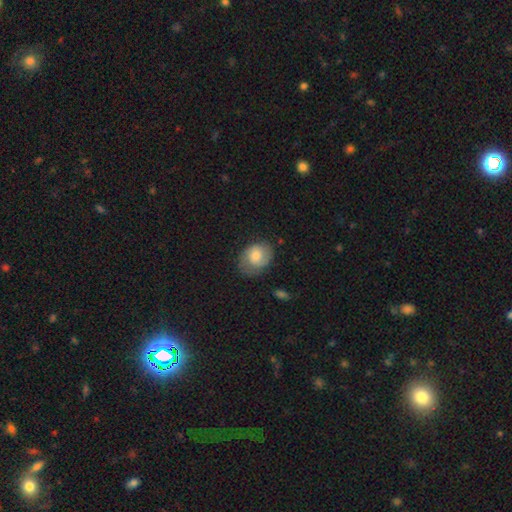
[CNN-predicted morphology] The model was most divided on "how rounded": in between: 65%, round: 34%, cigar-shaped: 1%. More confident: smooth or featured — smooth (63%); merging — none (61%).